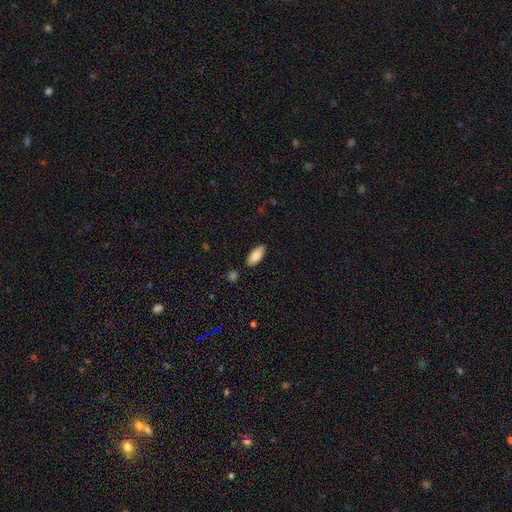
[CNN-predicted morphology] This is clearly a smooth galaxy (85%). How rounded: clearly in between (85%). Merging: clearly none (85%).